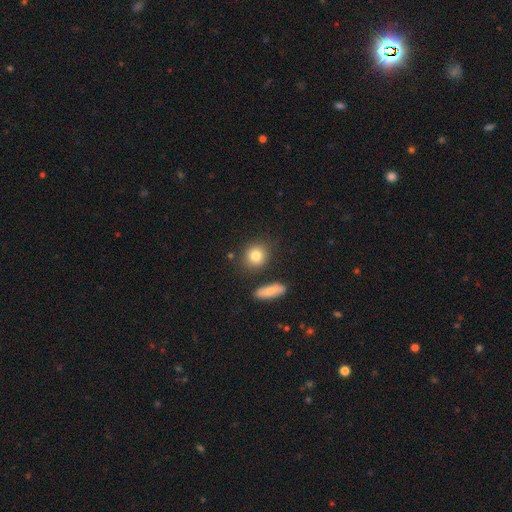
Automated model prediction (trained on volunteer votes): This appears to be a smooth galaxy with no disk features (82%) that is round (77%). Merging: none (81%).